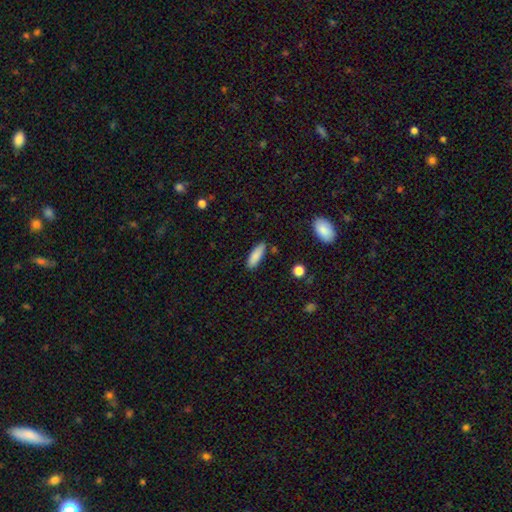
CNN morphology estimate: This appears to be a smooth galaxy with no disk features (85%) that is in between round and cigar-shaped (54%). Merging: none (85%).